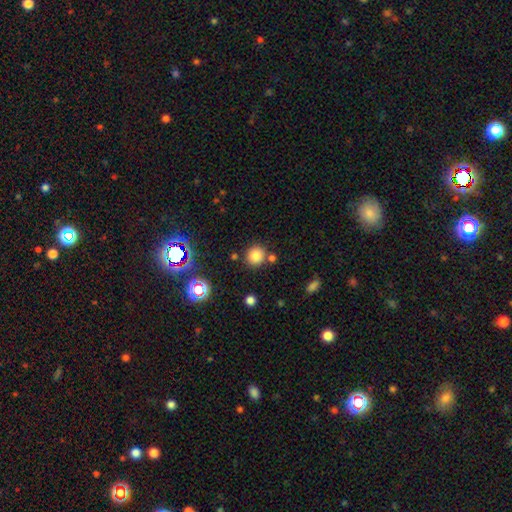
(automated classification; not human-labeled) Smooth or featured?
  - smooth: 79% *
  - star or artifact: 15%
  - featured or disk: 6%
How rounded?
  - round: 91% *
  - in between: 8%
  - cigar-shaped: 1%
Merging?
  - none: 78% *
  - merger: 10%
  - minor disturbance: 8%
  - major disturbance: 3%